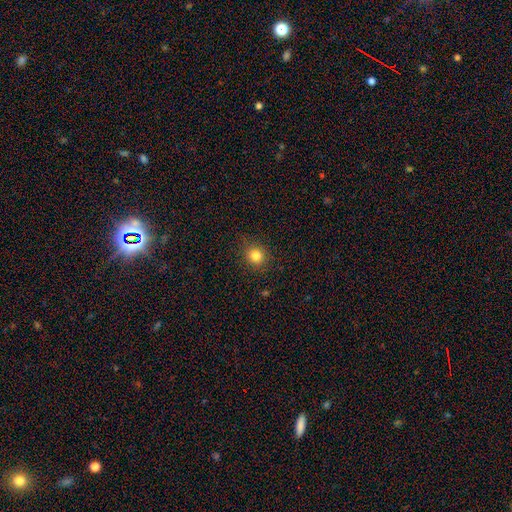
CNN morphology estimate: smooth-or-featured: smooth: 83% | star or artifact: 12% | featured or disk: 5%
  how-rounded: round: 86% | in between: 13% | cigar-shaped: 1%
  merging: none: 88% | minor disturbance: 9% | major disturbance: 3% | merger: 1%